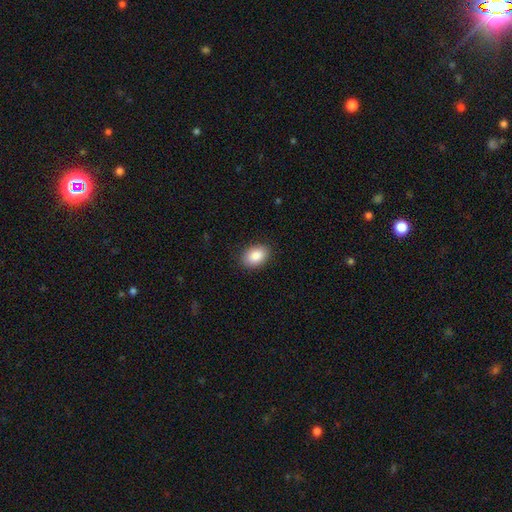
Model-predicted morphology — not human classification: type=smooth (88%); roundness=in between (86%); merging=none (88%).